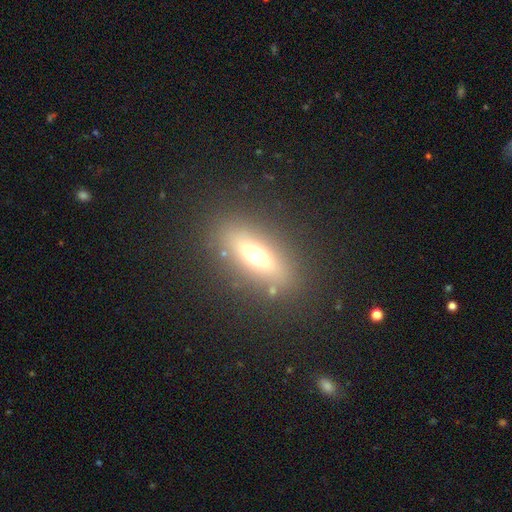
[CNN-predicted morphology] Smooth or featured? Predicted: smooth (p=0.54). How rounded? Predicted: in between (p=0.58). Merging? Predicted: none (p=0.83).